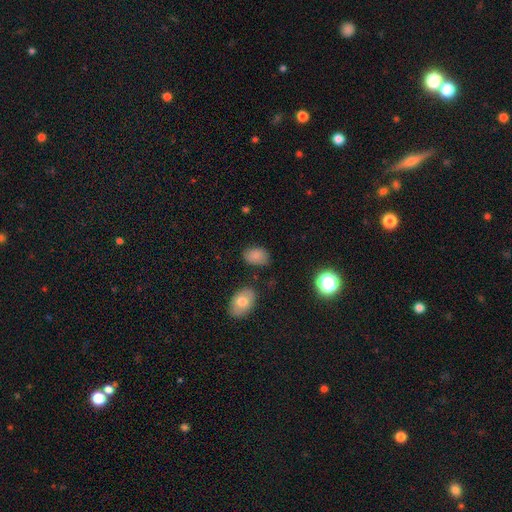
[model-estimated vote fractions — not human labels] Smooth or featured? Predicted: smooth (p=0.83). How rounded? Predicted: in between (p=0.81). Merging? Predicted: none (p=0.72).